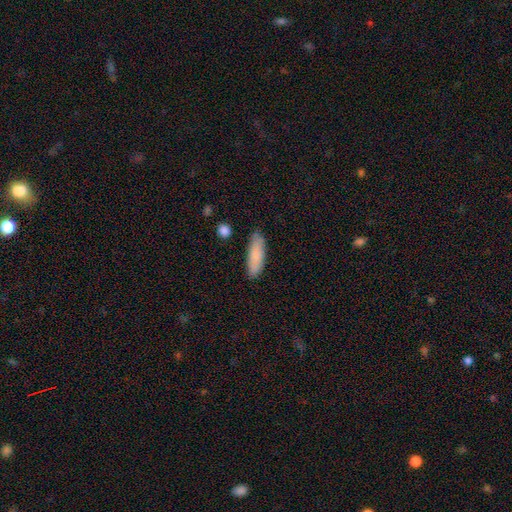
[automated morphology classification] smooth 84%, featured or disk 10%, star or artifact 6%. Down the decision tree: how rounded — in between (56%); merging — none (81%).